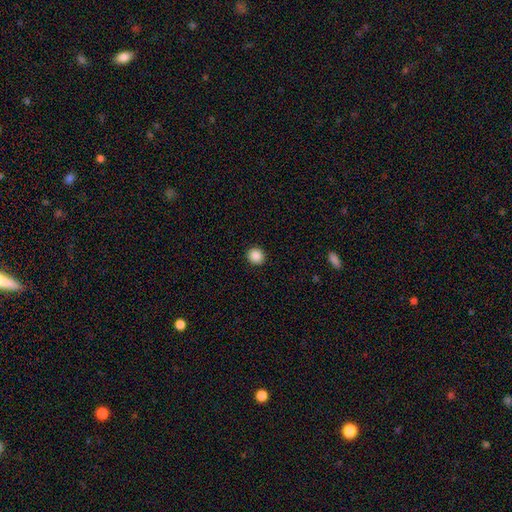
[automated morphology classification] The model was most divided on "smooth or featured": smooth: 88%, star or artifact: 9%, featured or disk: 2%. More confident: merging — none (93%); how rounded — round (91%).